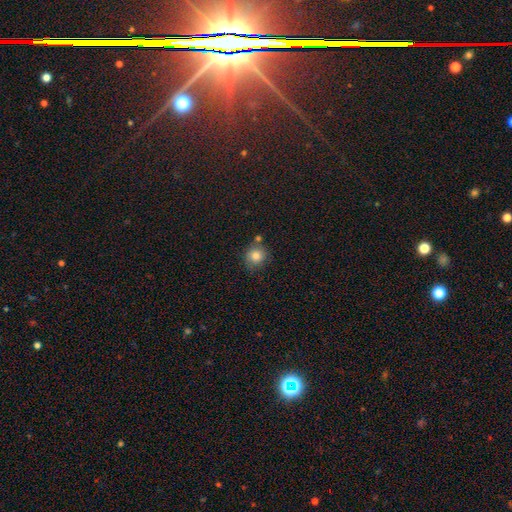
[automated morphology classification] Q: Smooth or featured?
A: smooth (81%); runner-up: star or artifact (10%)
Q: How rounded?
A: round (84%); runner-up: in between (15%)
Q: Merging?
A: none (65%); runner-up: minor disturbance (18%)